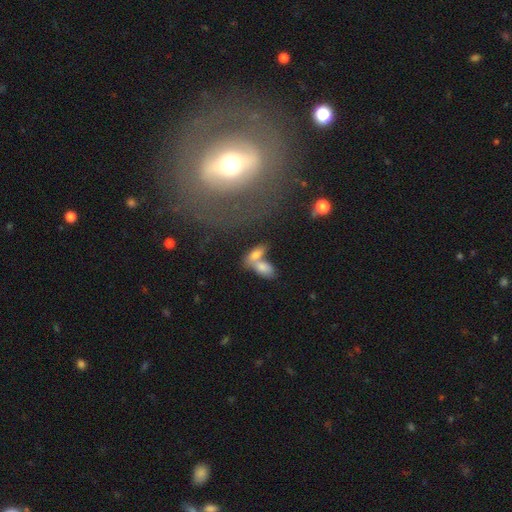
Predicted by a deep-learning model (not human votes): Q: Smooth or featured?
A: smooth (72%); runner-up: featured or disk (18%)
Q: How rounded?
A: in between (83%); runner-up: cigar-shaped (13%)
Q: Merging?
A: merger (59%); runner-up: none (28%)